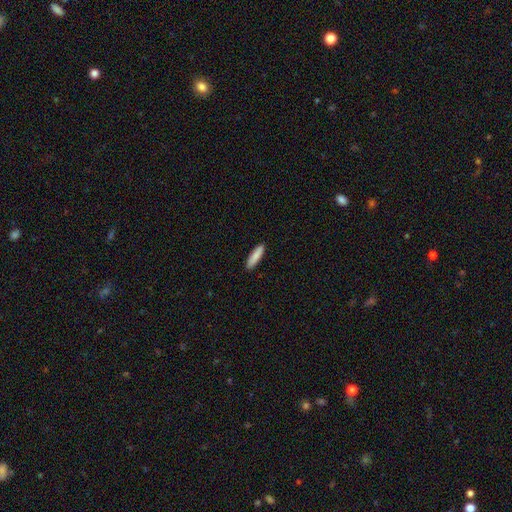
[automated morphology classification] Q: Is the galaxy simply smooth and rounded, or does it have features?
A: smooth — 87%.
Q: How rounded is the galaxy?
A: cigar-shaped — 75%.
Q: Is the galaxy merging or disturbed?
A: none — 91%.